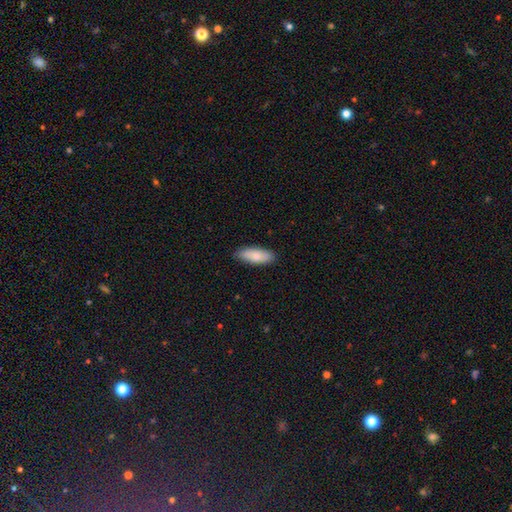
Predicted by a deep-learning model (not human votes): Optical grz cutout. It shows a smooth galaxy with no disk features (79%) that is in between round and cigar-shaped (72%). Merging: none (86%).